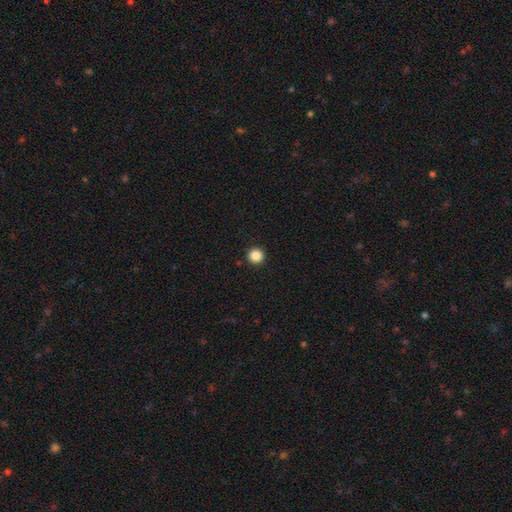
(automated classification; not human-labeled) Morphology: type=smooth (86%); roundness=round (95%); merging=none (93%).